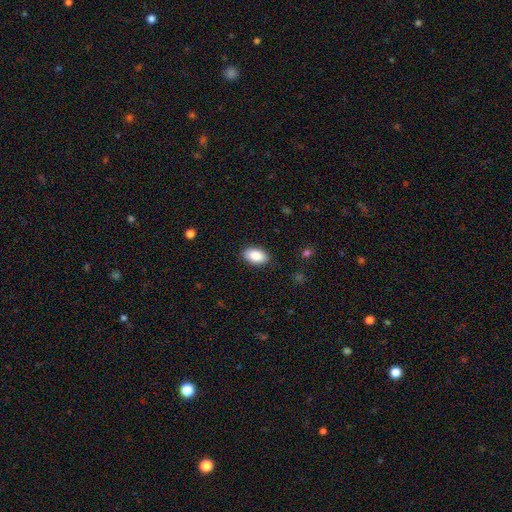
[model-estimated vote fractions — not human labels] Smooth or featured? Predicted: smooth (p=0.88). How rounded? Predicted: in between (p=0.93). Merging? Predicted: none (p=0.88).